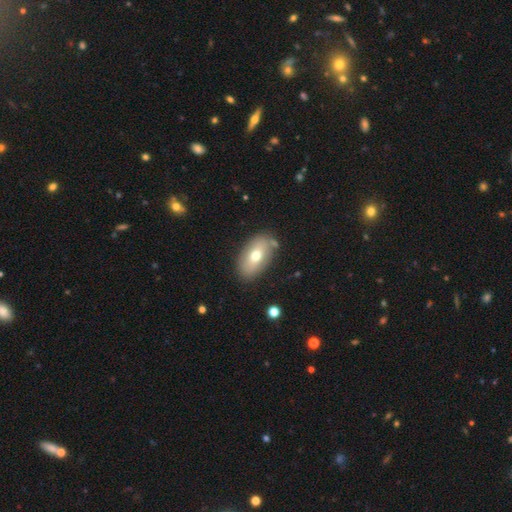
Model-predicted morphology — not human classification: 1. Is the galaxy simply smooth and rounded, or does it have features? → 64% smooth, 28% featured or disk, 8% star or artifact.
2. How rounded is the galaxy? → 91% in between, 6% round, 3% cigar-shaped.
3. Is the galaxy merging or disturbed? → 78% none, 14% minor disturbance, 4% merger, 4% major disturbance.